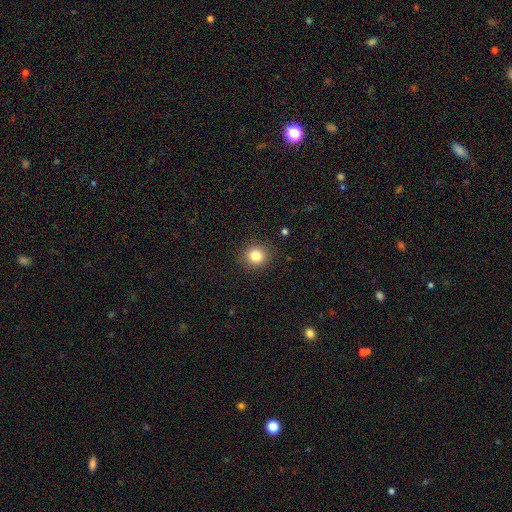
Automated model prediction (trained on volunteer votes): A smooth galaxy with no disk features (82%) that is round (90%).

Vote fractions:
- Smooth or featured? smooth: 82% / star or artifact: 12% / featured or disk: 6%
- How rounded? round: 90% / in between: 9% / cigar-shaped: 1%
- Merging? none: 90% / minor disturbance: 6% / major disturbance: 2% / merger: 1%